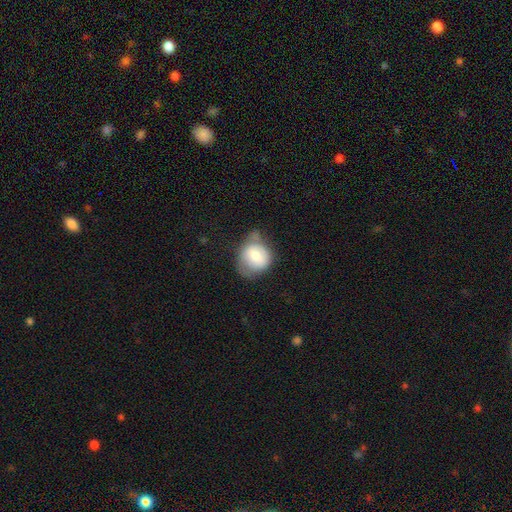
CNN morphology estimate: smooth 70%, featured or disk 23%, star or artifact 7%. Down the decision tree: how rounded — round (70%); merging — minor disturbance (38%).